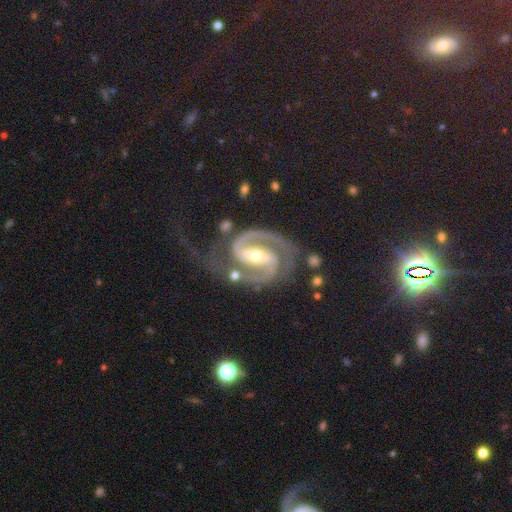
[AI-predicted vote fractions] smooth_or_featured: featured or disk (p=0.92) [alt: star or artifact p=0.05]
disk_edge_on: no (p=0.98) [alt: yes p=0.02]
bar: strong (p=0.49) [alt: weak p=0.34]
has_spiral_arms: yes (p=0.98) [alt: no p=0.02]
spiral_winding: medium (p=0.47) [alt: tight p=0.45]
spiral_arm_count: 2 (p=0.92) [alt: 3 p=0.02]
bulge_size: moderate (p=0.53) [alt: small p=0.42]
merging: none (p=0.57) [alt: minor disturbance p=0.19]